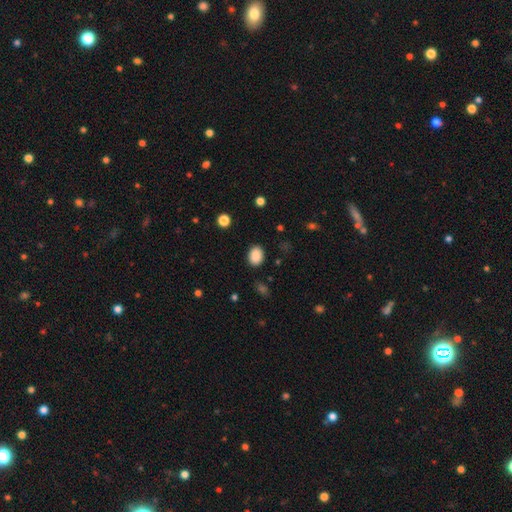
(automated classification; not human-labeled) Overall: smooth (88%). How rounded: in between (72%). Merging: none (87%).